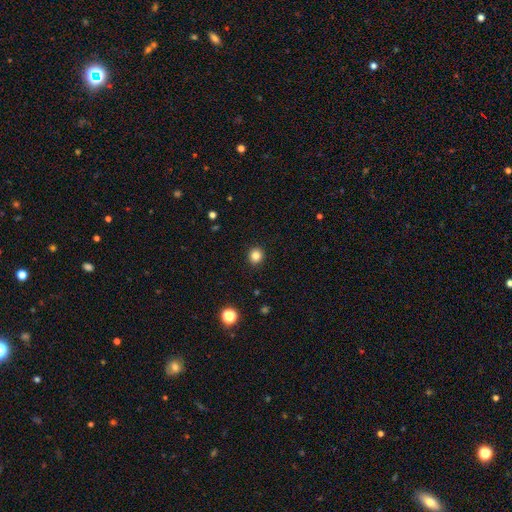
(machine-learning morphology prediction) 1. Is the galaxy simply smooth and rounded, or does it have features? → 83% smooth, 12% star or artifact, 5% featured or disk.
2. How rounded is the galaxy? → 91% round, 8% in between, 1% cigar-shaped.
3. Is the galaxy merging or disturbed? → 92% none, 5% minor disturbance, 2% major disturbance, 1% merger.